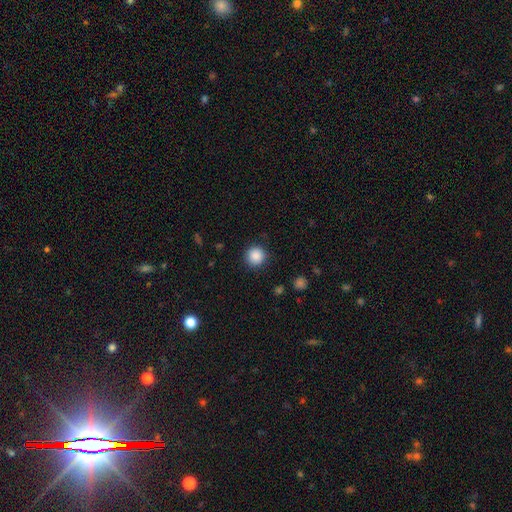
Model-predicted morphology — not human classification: smooth_or_featured: smooth (p=0.87) [alt: star or artifact p=0.09]
how_rounded: round (p=0.94) [alt: in between p=0.05]
merging: none (p=0.90) [alt: minor disturbance p=0.07]